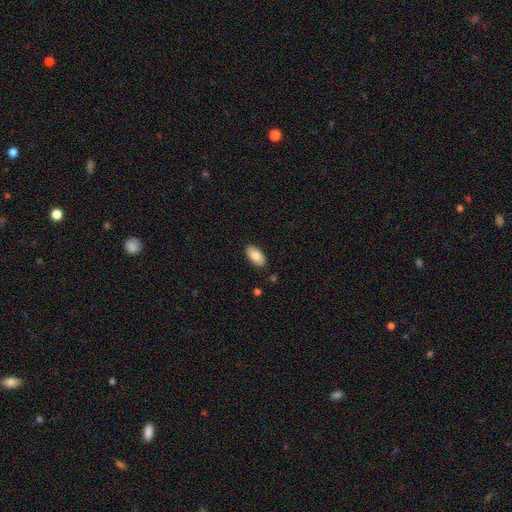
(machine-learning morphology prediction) Overall: smooth (85%). How rounded: in between (94%). Merging: none (87%).